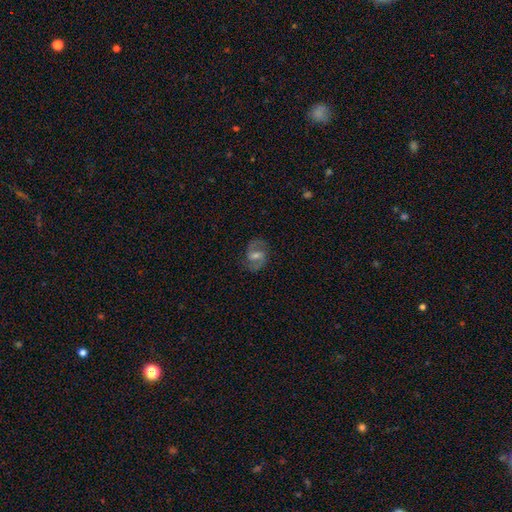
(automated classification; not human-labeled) The model was most divided on "bulge size": moderate: 52%, small: 35%, none: 6%, large: 6%, dominant: 1%. More confident: edge-on disk — no (97%); spiral arms — yes (94%); spiral arm count — 2 (91%); merging — none (83%); smooth or featured — featured or disk (80%); spiral winding — medium (56%); bar — weak (55%).